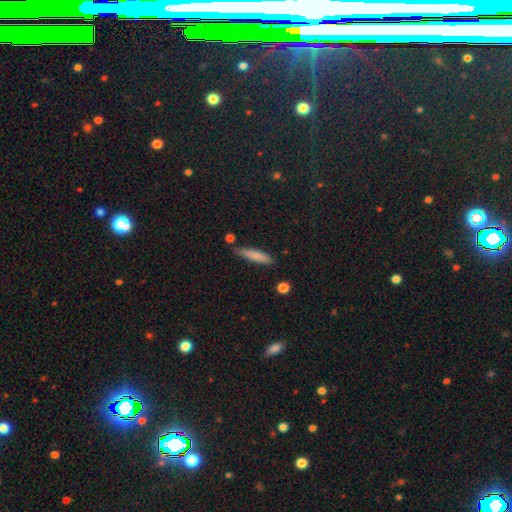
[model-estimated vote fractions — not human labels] Morphology: type=smooth (78%); roundness=cigar-shaped (85%); merging=none (78%).